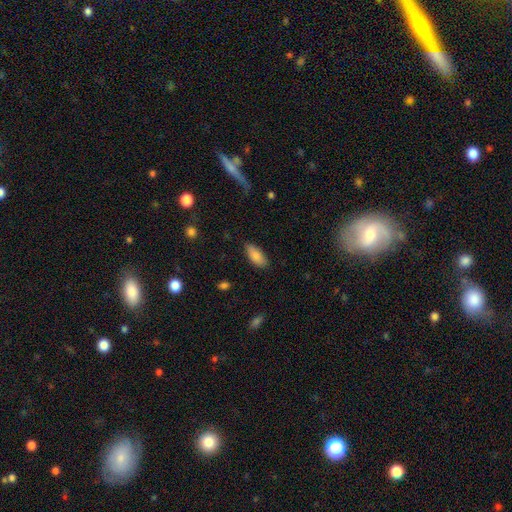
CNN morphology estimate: A smooth galaxy with no disk features (84%) that is in between round and cigar-shaped (86%).

Vote fractions:
- Smooth or featured? smooth: 84% / featured or disk: 9% / star or artifact: 7%
- How rounded? in between: 86% / cigar-shaped: 12% / round: 2%
- Merging? none: 83% / minor disturbance: 14% / major disturbance: 3% / merger: 1%